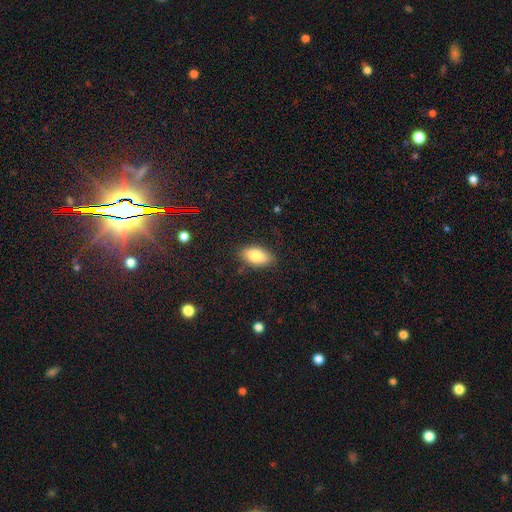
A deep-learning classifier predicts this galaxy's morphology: type=smooth (82%); roundness=in between (92%); merging=none (83%).